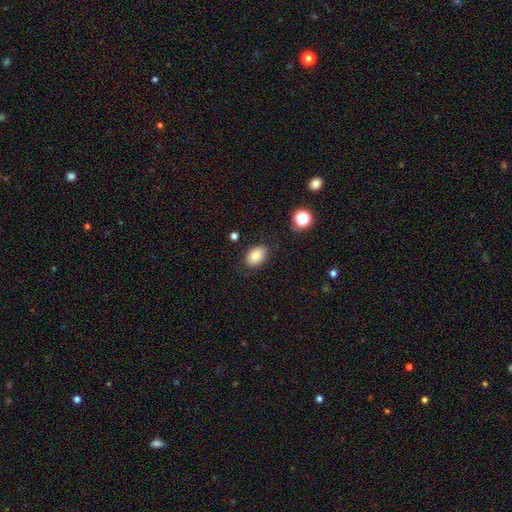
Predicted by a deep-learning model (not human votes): A smooth galaxy with no disk features (85%) that is in between round and cigar-shaped (86%). Merging: none (82%).